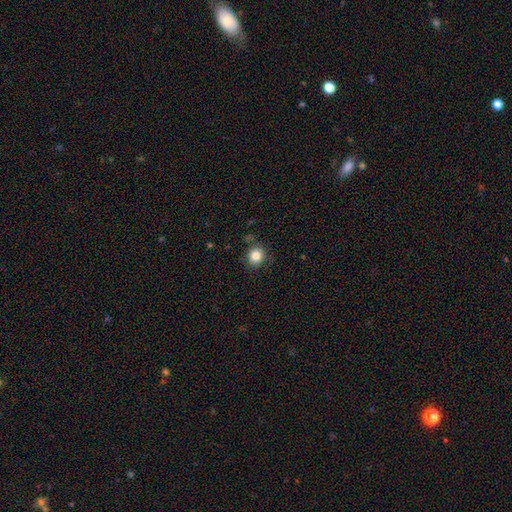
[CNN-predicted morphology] Overall: smooth (84%). How rounded: round (86%). Merging: none (82%).